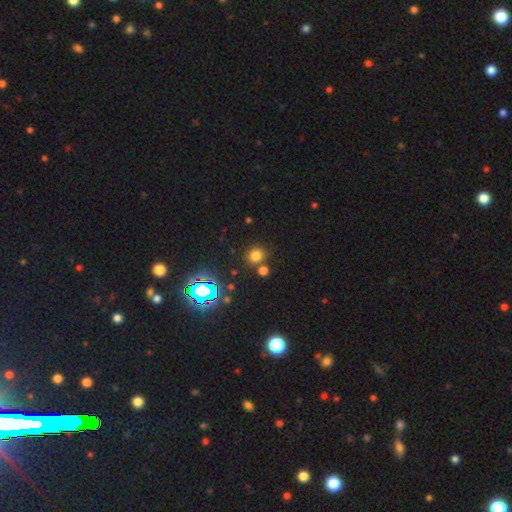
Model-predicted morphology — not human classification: The model was most divided on "smooth or featured": smooth: 70%, star or artifact: 24%, featured or disk: 6%. More confident: how rounded — round (85%); merging — none (77%).